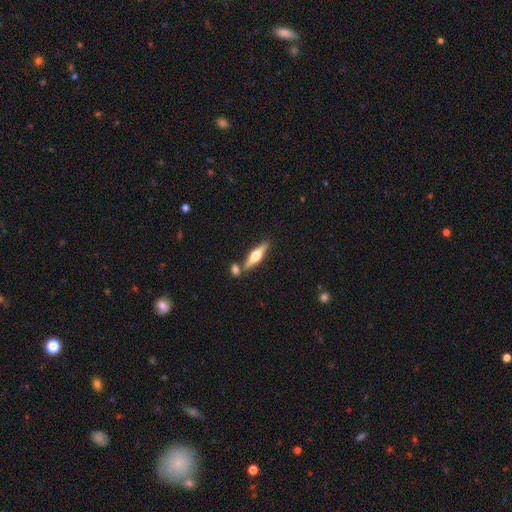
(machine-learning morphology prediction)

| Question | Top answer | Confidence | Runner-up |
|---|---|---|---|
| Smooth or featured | featured or disk | 59% | smooth (35%) |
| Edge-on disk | yes | 95% | no (5%) |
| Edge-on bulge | rounded | 94% | boxy (4%) |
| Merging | none | 72% | merger (16%) |